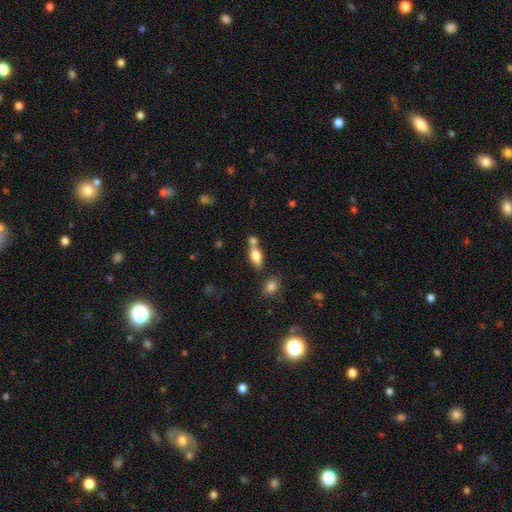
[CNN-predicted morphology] smooth_or_featured: smooth (p=0.72) [alt: featured or disk p=0.19]
how_rounded: in between (p=0.75) [alt: cigar-shaped p=0.18]
merging: none (p=0.47) [alt: merger p=0.37]